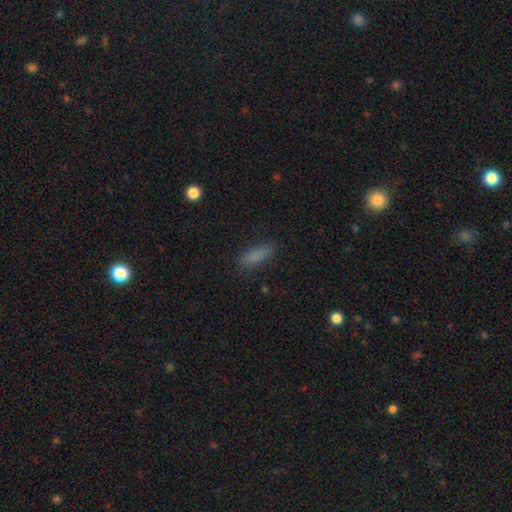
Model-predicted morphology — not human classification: Smooth or featured? Predicted: smooth (p=0.84). How rounded? Predicted: cigar-shaped (p=0.51). Merging? Predicted: none (p=0.83).